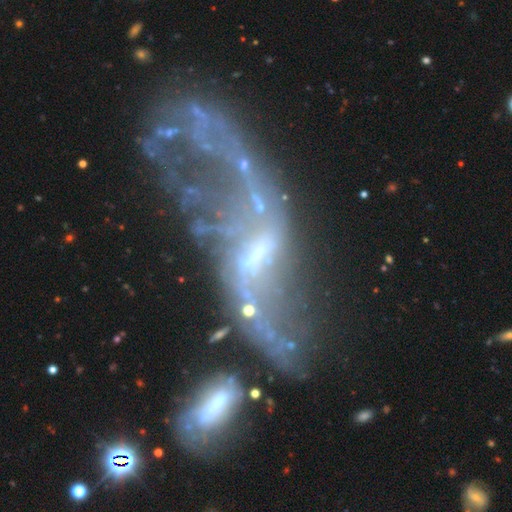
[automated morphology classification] This appears to be a featured or disk galaxy (80%) with a weak bar (40%), 2 (76%) loose (83%) spiral arms (72%) and a small central bulge (41%). Merging: major disturbance (36%).